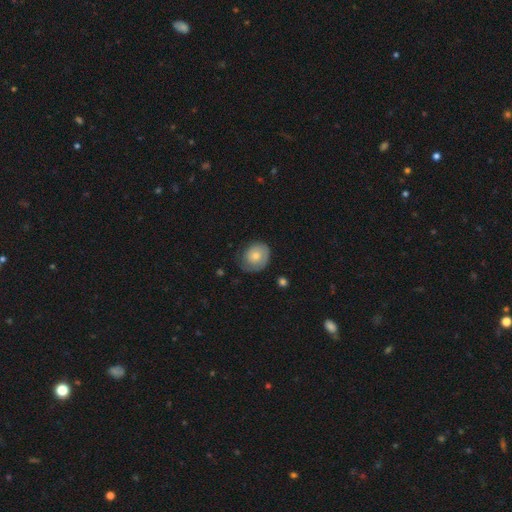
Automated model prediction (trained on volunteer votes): A smooth galaxy with no disk features (57%) that is round (63%). Merging: none (57%).